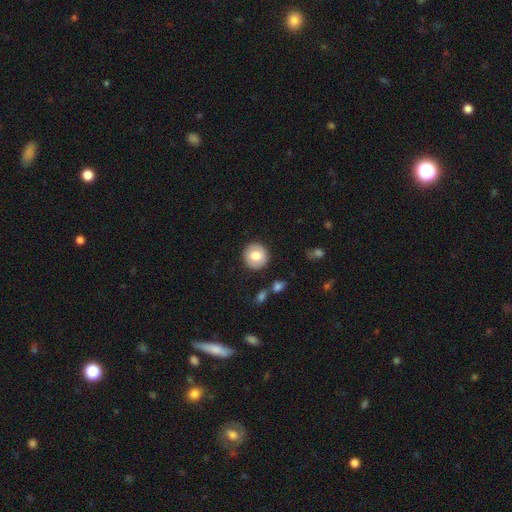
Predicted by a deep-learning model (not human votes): Smooth or featured?
  - smooth: 72% *
  - featured or disk: 20%
  - star or artifact: 8%
How rounded?
  - round: 90% *
  - in between: 9%
  - cigar-shaped: 1%
Merging?
  - none: 89% *
  - minor disturbance: 7%
  - major disturbance: 2%
  - merger: 2%